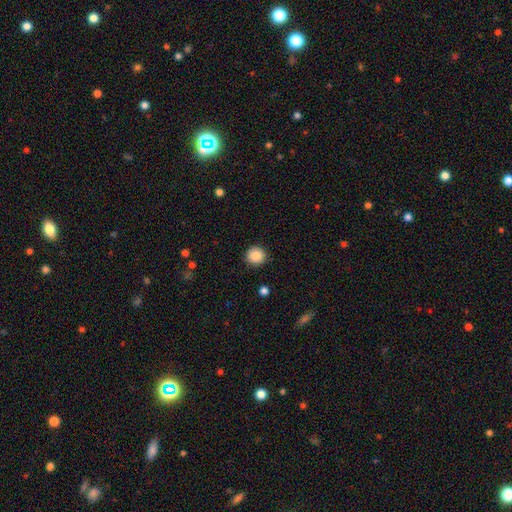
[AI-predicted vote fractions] This is clearly a smooth galaxy (88%). How rounded: clearly round (92%). Merging: clearly none (90%).